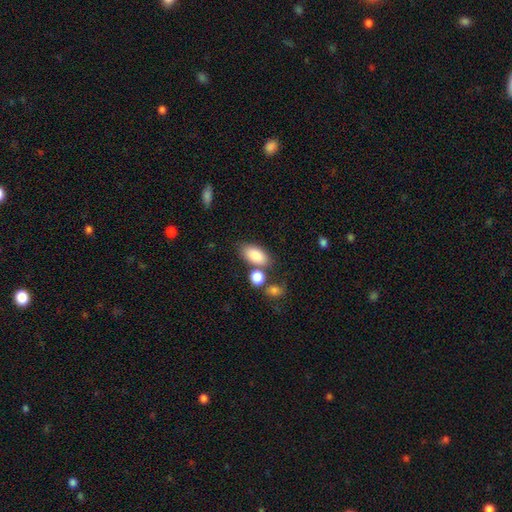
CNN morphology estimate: The model was most divided on "merging": none: 66%, merger: 16%, minor disturbance: 13%, major disturbance: 5%. More confident: how rounded — in between (92%); smooth or featured — smooth (86%).